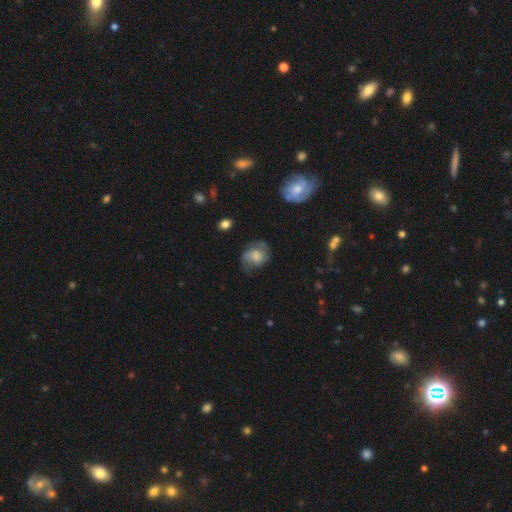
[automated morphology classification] The model was most divided on "smooth or featured": featured or disk: 52%, smooth: 40%, star or artifact: 9%. More confident: edge-on disk — no (97%); merging — none (56%).